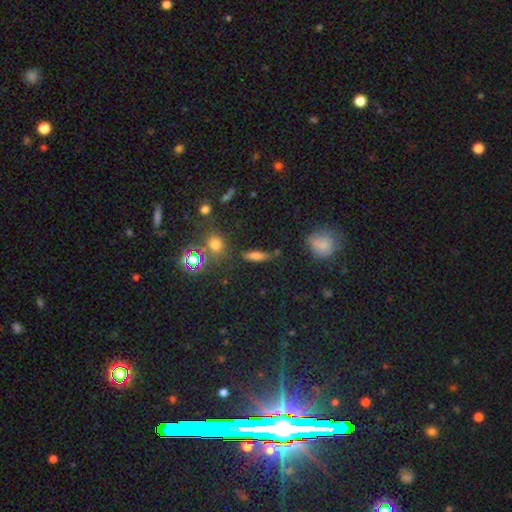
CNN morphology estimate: Smooth or featured? Predicted: smooth (p=0.69). How rounded? Predicted: cigar-shaped (p=0.54). Merging? Predicted: none (p=0.76).